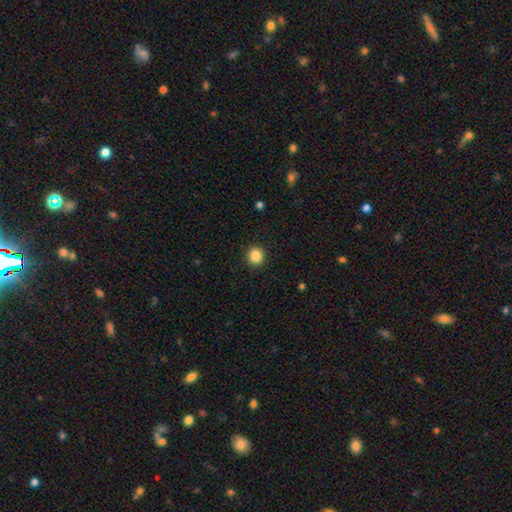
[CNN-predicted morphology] Smooth or featured?
  - smooth: 86% *
  - star or artifact: 10%
  - featured or disk: 4%
How rounded?
  - round: 92% *
  - in between: 7%
  - cigar-shaped: 1%
Merging?
  - none: 92% *
  - minor disturbance: 5%
  - major disturbance: 2%
  - merger: 1%